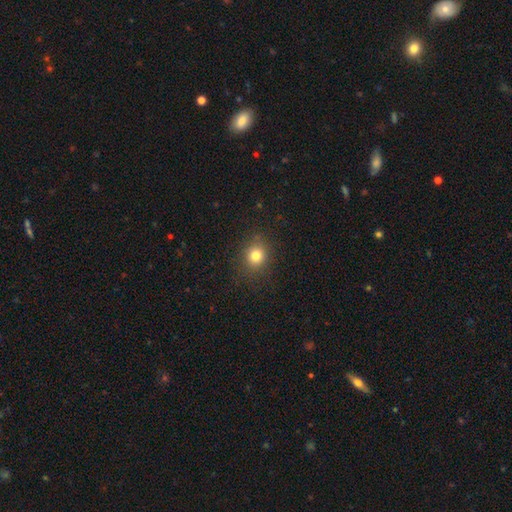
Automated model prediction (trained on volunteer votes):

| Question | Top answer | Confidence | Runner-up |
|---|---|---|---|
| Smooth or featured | smooth | 79% | star or artifact (14%) |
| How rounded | round | 80% | in between (19%) |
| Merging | none | 86% | minor disturbance (9%) |